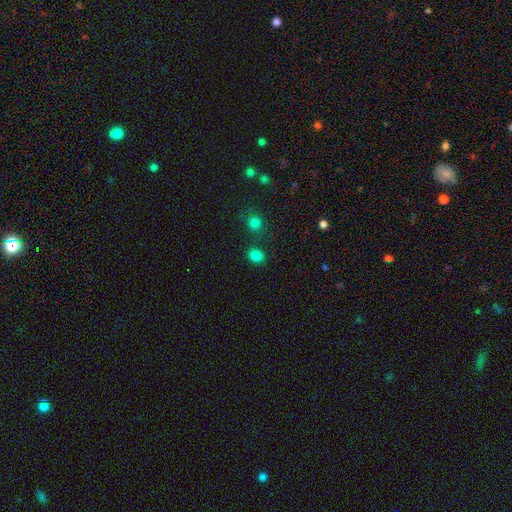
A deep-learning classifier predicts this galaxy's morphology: Overall: smooth (83%). How rounded: round (61%; in between 38%). Merging: none (82%).